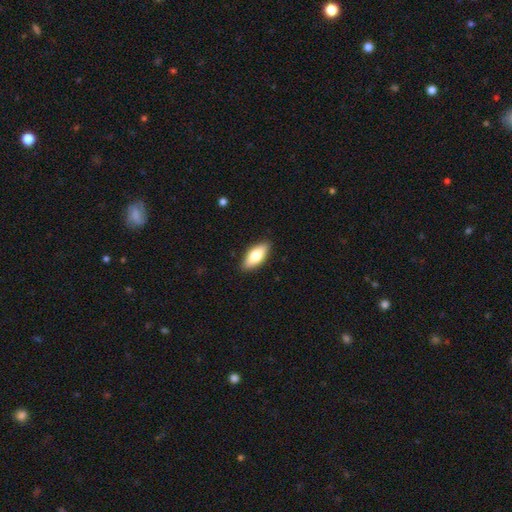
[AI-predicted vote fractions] The model was most divided on "smooth or featured": smooth: 74%, featured or disk: 20%, star or artifact: 6%. More confident: merging — none (88%); how rounded — in between (83%).